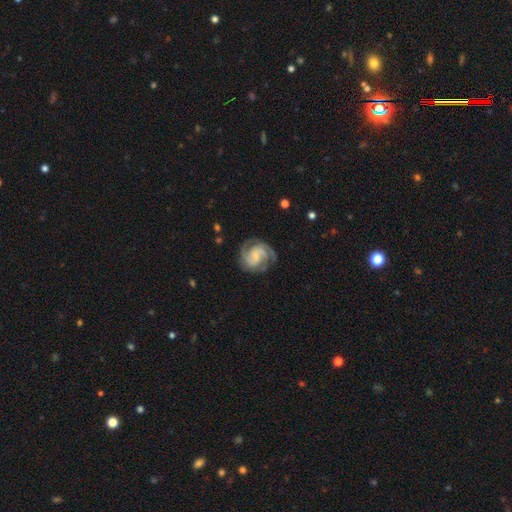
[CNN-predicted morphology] Q: Smooth or featured?
A: featured or disk (87%); runner-up: smooth (8%)
Q: Edge-on disk?
A: no (98%); runner-up: yes (2%)
Q: Bar?
A: weak (44%); runner-up: no (43%)
Q: Spiral arms?
A: yes (97%); runner-up: no (3%)
Q: Spiral winding?
A: medium (46%); runner-up: tight (44%)
Q: Spiral arm count?
A: 2 (59%); runner-up: 3 (21%)
Q: Bulge size?
A: small (50%); runner-up: none (26%)
Q: Merging?
A: none (75%); runner-up: minor disturbance (16%)